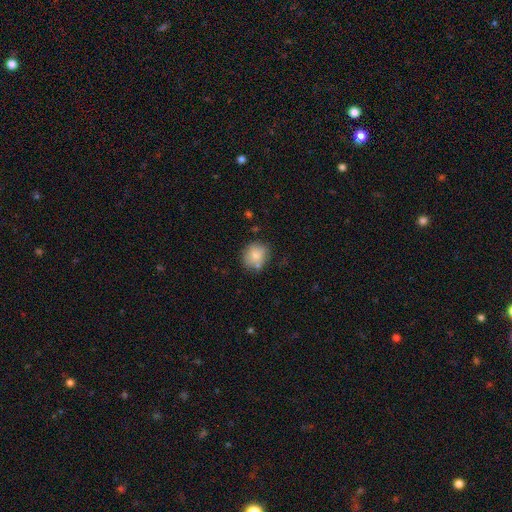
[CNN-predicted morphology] smooth_or_featured: smooth (p=0.80) [alt: featured or disk p=0.12]
how_rounded: round (p=0.77) [alt: in between p=0.22]
merging: none (p=0.68) [alt: minor disturbance p=0.19]